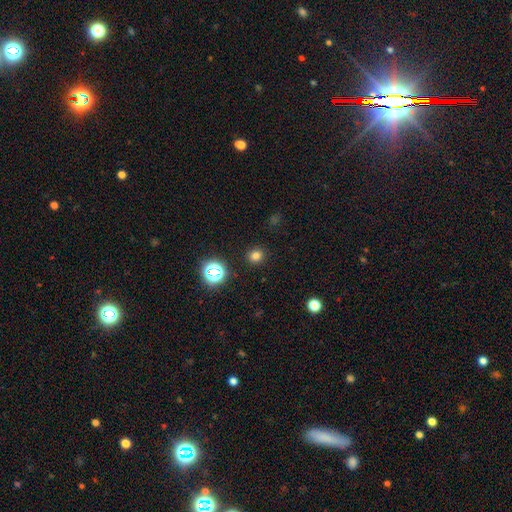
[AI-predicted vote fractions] A smooth galaxy with no disk features (76%) that is round (88%).

Vote fractions:
- Smooth or featured? smooth: 76% / star or artifact: 19% / featured or disk: 5%
- How rounded? round: 88% / in between: 11% / cigar-shaped: 1%
- Merging? none: 90% / minor disturbance: 6% / major disturbance: 2% / merger: 1%